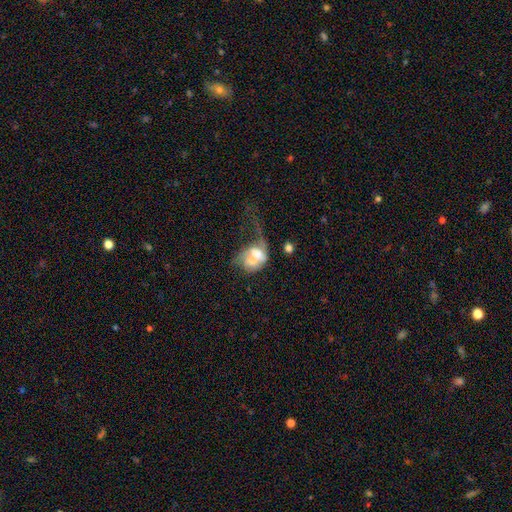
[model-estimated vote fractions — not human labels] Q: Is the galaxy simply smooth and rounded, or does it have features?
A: smooth — 46%.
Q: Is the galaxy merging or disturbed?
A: major disturbance — 46%.